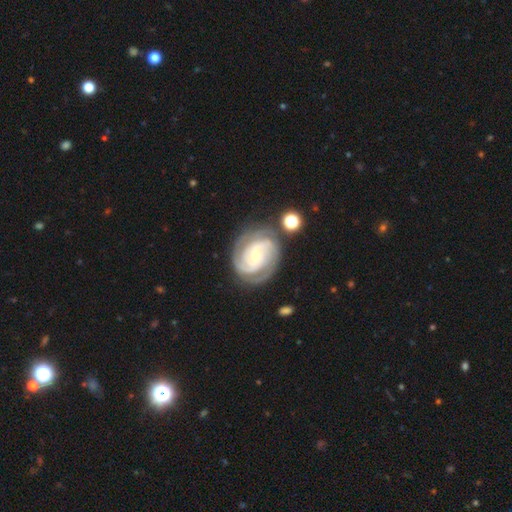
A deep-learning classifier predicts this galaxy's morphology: Overall: featured or disk (88%). Edge-on disk: no (98%). Bar: no (61%; weak 29%). Spiral arms: yes (97%). Spiral arm count: 2 (39%; 3 31%). Spiral winding: tight (68%). Bulge size: small (57%; moderate 39%). Merging: none (73%).